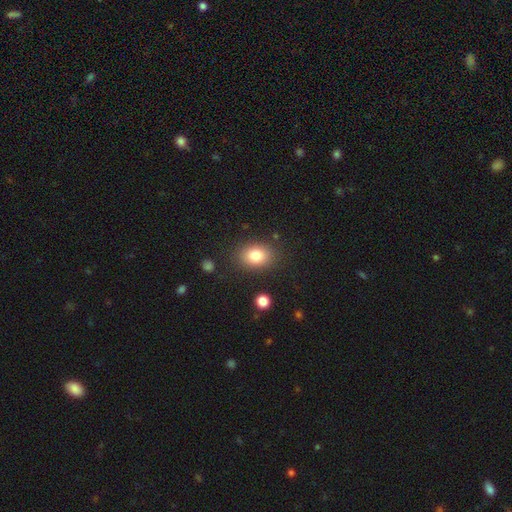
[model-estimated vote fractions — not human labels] Smooth or featured?
  - smooth: 81% *
  - star or artifact: 10%
  - featured or disk: 9%
How rounded?
  - in between: 67% *
  - round: 32%
  - cigar-shaped: 1%
Merging?
  - none: 84% *
  - minor disturbance: 10%
  - major disturbance: 4%
  - merger: 2%